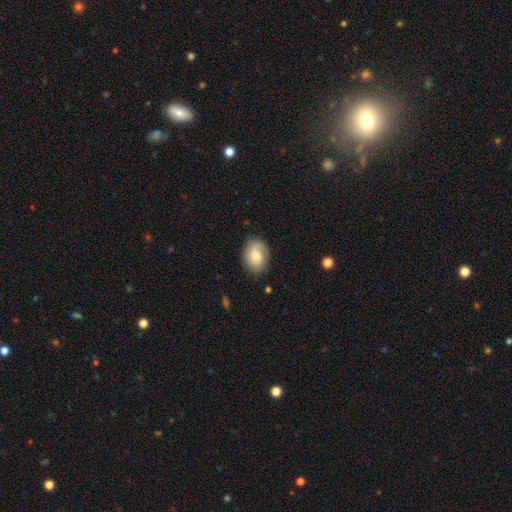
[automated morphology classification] Smooth or featured? smooth (62%)
How rounded? in between (68%)
Merging? none (75%)